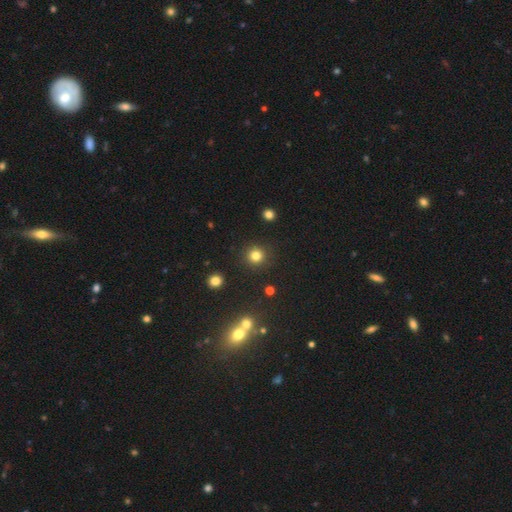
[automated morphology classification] A smooth galaxy with no disk features (81%) that is round (94%). Merging: none (91%).